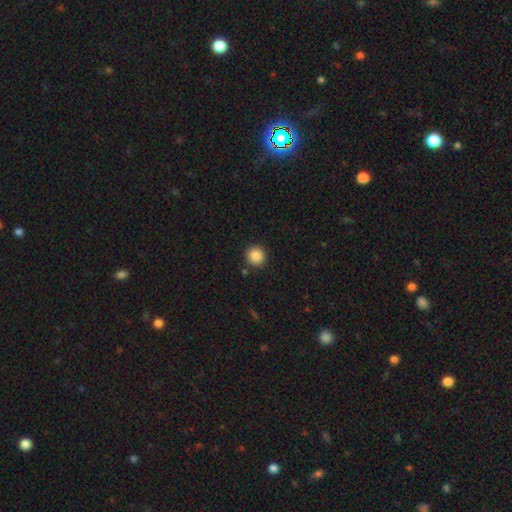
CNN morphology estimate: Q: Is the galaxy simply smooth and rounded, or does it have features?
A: smooth — 86%.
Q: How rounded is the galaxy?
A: round — 94%.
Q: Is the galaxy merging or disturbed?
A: none — 90%.